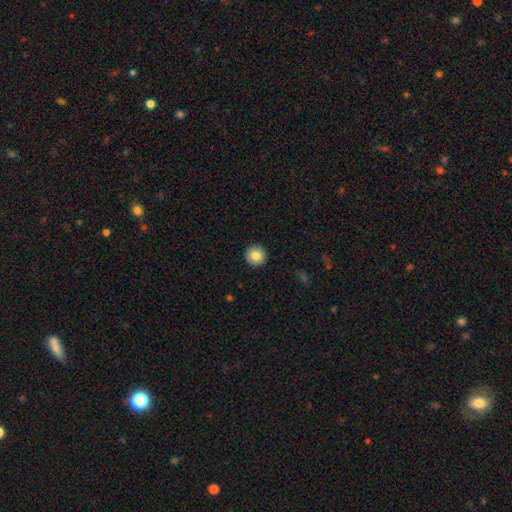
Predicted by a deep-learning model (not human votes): smooth_or_featured: smooth (p=0.83) [alt: featured or disk p=0.09]
how_rounded: round (p=0.96) [alt: in between p=0.03]
merging: none (p=0.93) [alt: minor disturbance p=0.05]